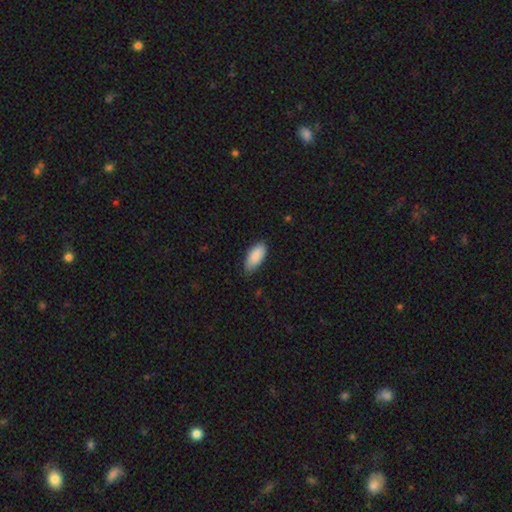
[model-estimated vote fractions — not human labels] This is clearly a smooth galaxy (90%). How rounded: clearly in between (90%). Merging: likely none (77%).